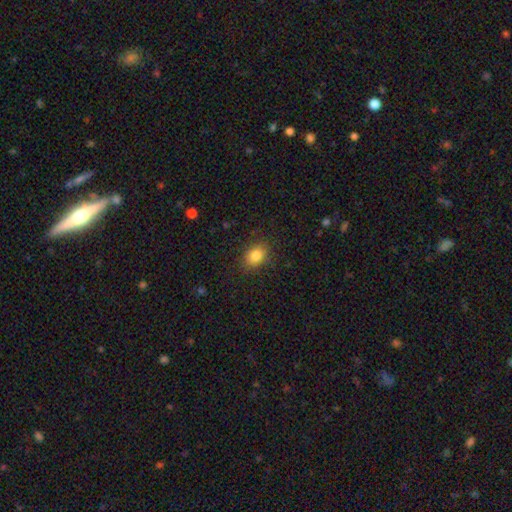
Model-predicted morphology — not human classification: This appears to be a smooth galaxy with no disk features (84%) that is in between round and cigar-shaped (67%). Merging: none (86%).